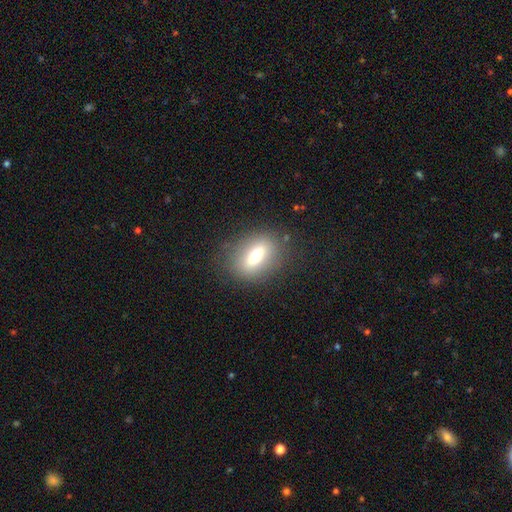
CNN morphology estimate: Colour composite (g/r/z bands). It shows a smooth galaxy with no disk features (61%) that is in between round and cigar-shaped (67%). Merging: none (82%).